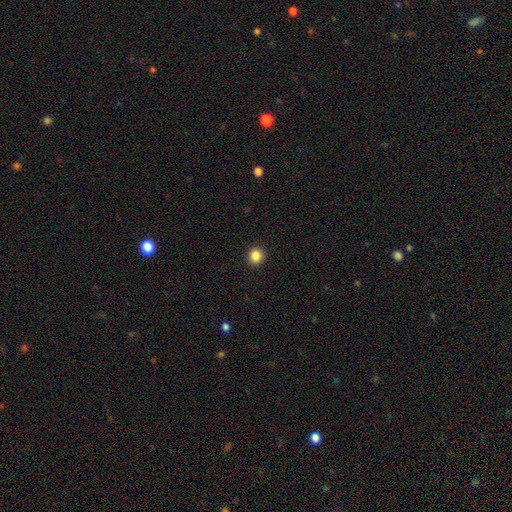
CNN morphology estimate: Overall: smooth (86%). How rounded: round (88%). Merging: none (93%).